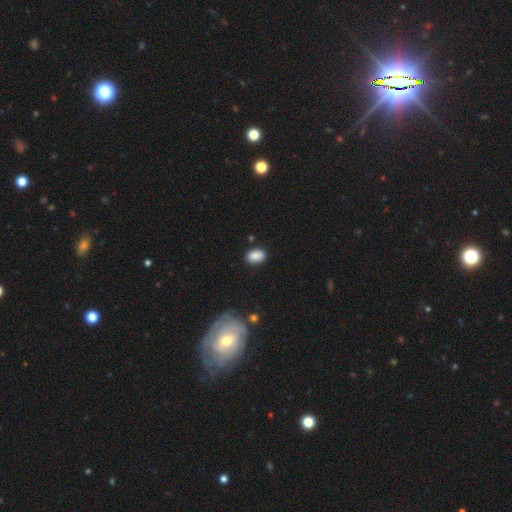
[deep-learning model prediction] Smooth or featured? Predicted: smooth (p=0.87). How rounded? Predicted: in between (p=0.75). Merging? Predicted: none (p=0.84).